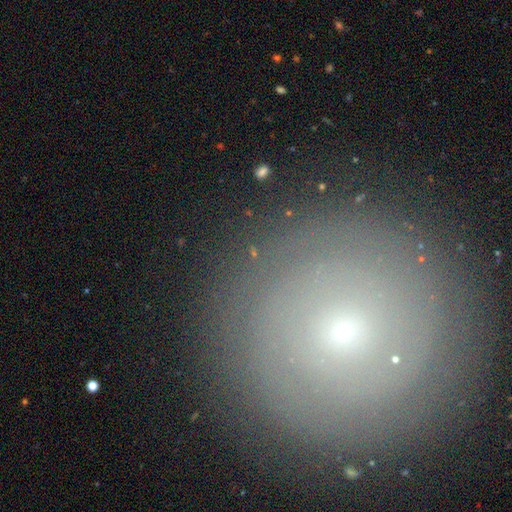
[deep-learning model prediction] Smooth or featured? smooth (41%)
Merging? none (87%)